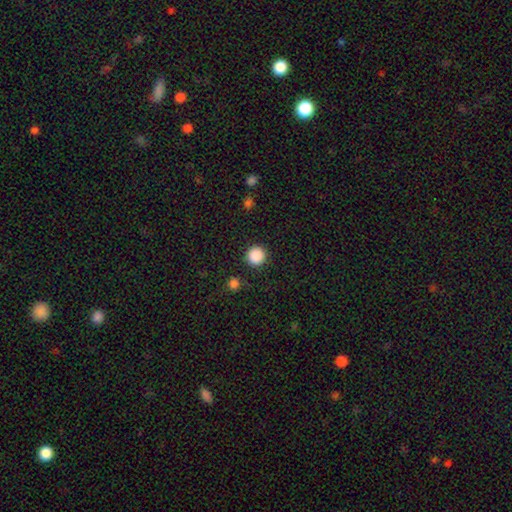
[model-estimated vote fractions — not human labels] The model was most divided on "smooth or featured": smooth: 88%, star or artifact: 9%, featured or disk: 2%. More confident: how rounded — round (95%); merging — none (91%).